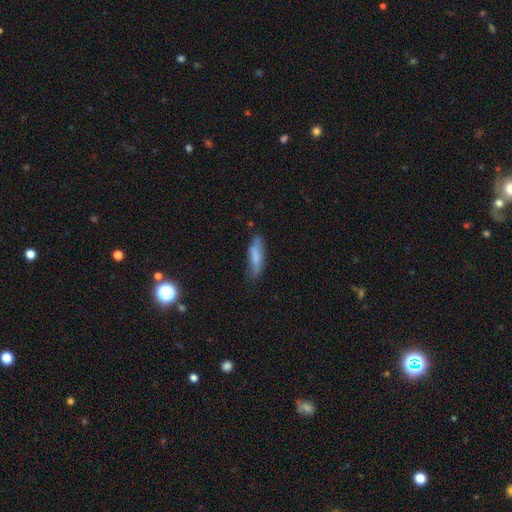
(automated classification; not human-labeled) This is likely a smooth galaxy (71%). How rounded: possibly cigar-shaped (56%). Merging: likely none (60%).